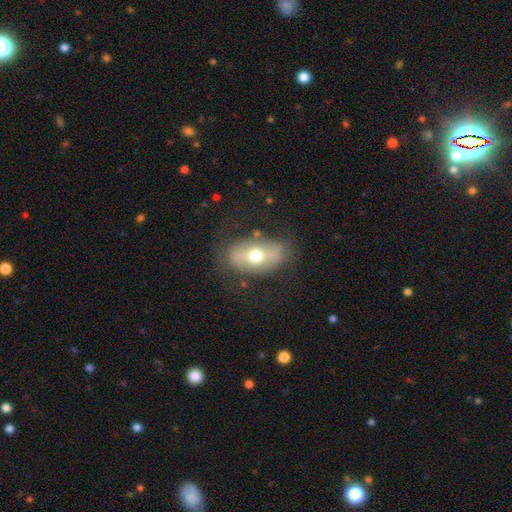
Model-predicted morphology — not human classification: smooth-or-featured: featured or disk: 46% (tied) | smooth: 46% (tied) | star or artifact: 8%
  merging: none: 70% | minor disturbance: 18% | major disturbance: 9% | merger: 2%